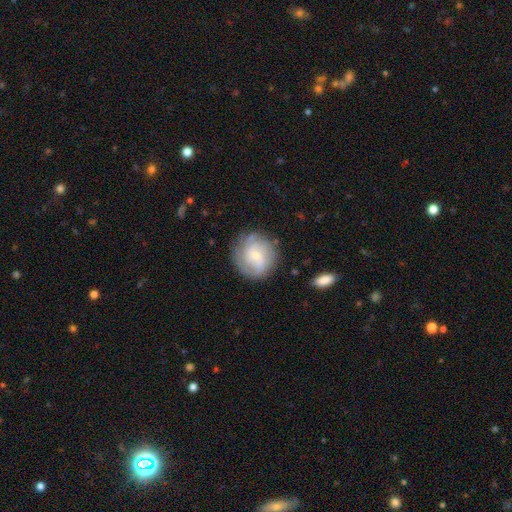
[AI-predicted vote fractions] The model was most divided on "spiral arm count": can't tell: 29%, 2: 28%, 3: 25%, 4: 8%, 1: 5%, more than 4: 5%. More confident: edge-on disk — no (98%); spiral arms — yes (93%); merging — none (77%); bulge size — small (72%); smooth or featured — featured or disk (71%); bar — no (59%); spiral winding — tight (53%).